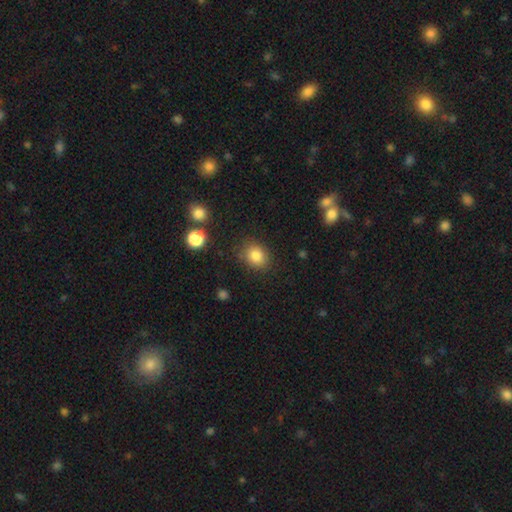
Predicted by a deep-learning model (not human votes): smooth-or-featured: smooth: 83% | star or artifact: 10% | featured or disk: 6%
  how-rounded: round: 50% | in between: 49% | cigar-shaped: 1%
  merging: none: 82% | minor disturbance: 12% | major disturbance: 4% | merger: 2%